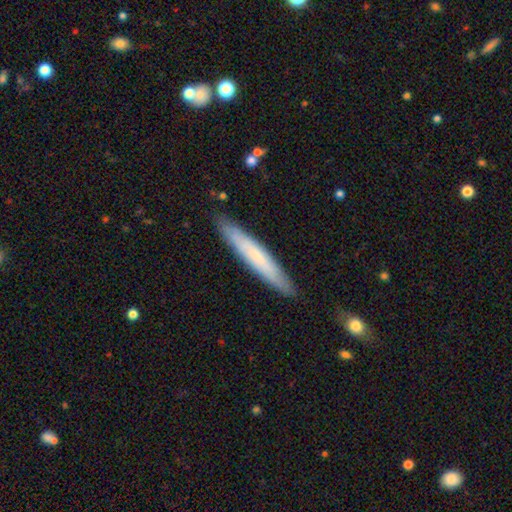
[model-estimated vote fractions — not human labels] Smooth or featured? Predicted: smooth (p=0.60). How rounded? Predicted: cigar-shaped (p=0.94). Merging? Predicted: none (p=0.88).